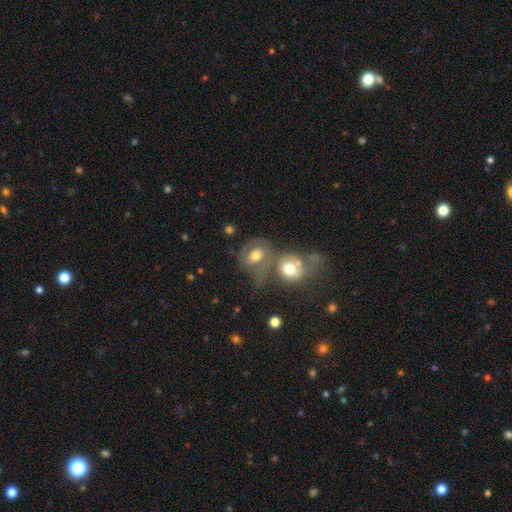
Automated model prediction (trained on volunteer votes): This is possibly a smooth galaxy (56%). How rounded: possibly round (50%). Merging: possibly merger (49%).